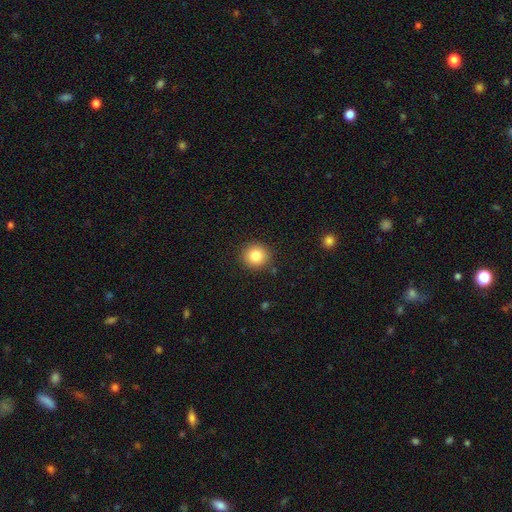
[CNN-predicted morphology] The model was most divided on "smooth or featured": smooth: 83%, star or artifact: 10%, featured or disk: 7%. More confident: how rounded — round (92%); merging — none (89%).